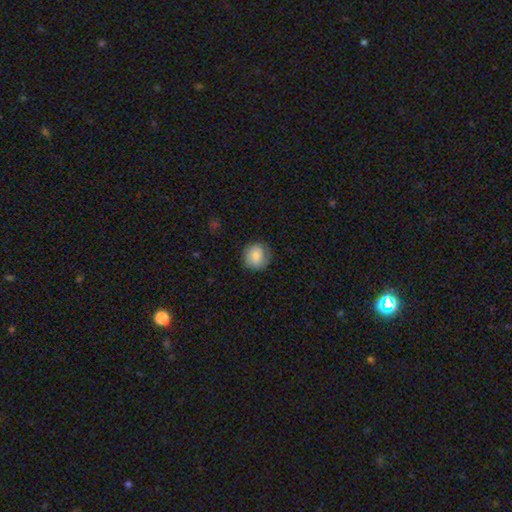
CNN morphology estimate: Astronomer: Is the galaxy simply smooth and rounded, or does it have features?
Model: smooth — 82%.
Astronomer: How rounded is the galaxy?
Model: round — 87%.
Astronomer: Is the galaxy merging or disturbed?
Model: none — 79%.